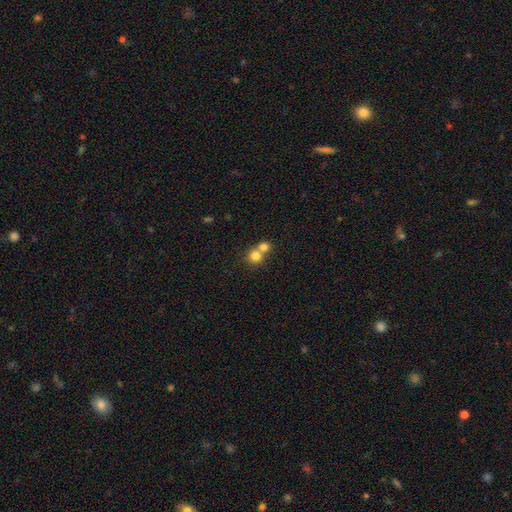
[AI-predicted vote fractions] Smooth or featured?
  - smooth: 79% *
  - star or artifact: 11%
  - featured or disk: 10%
How rounded?
  - round: 88% *
  - in between: 11%
  - cigar-shaped: 1%
Merging?
  - merger: 55% *
  - none: 38%
  - minor disturbance: 4%
  - major disturbance: 2%